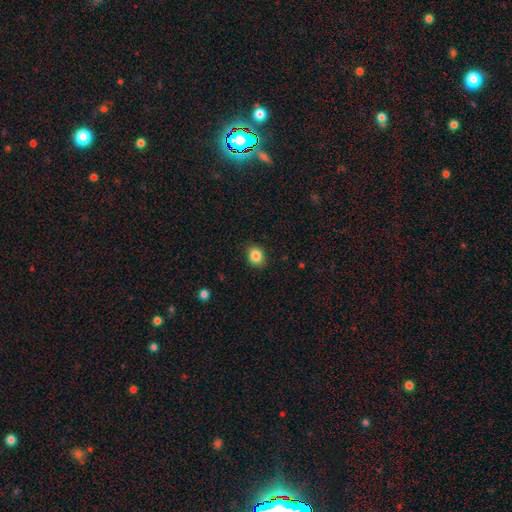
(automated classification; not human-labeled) This appears to be a smooth galaxy with no disk features (86%) that is round (60%). Merging: none (88%).